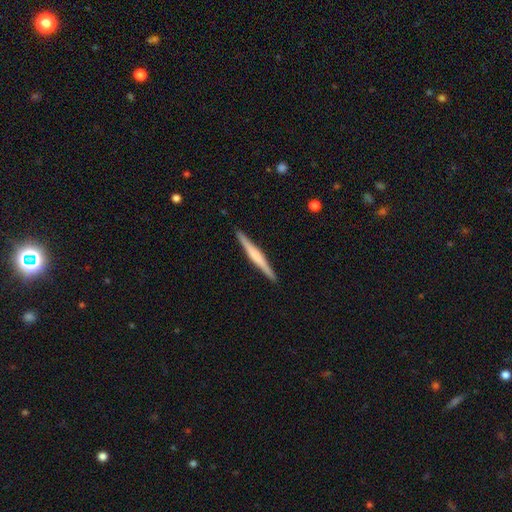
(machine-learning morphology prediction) Smooth or featured?
  - featured or disk: 64% *
  - smooth: 31%
  - star or artifact: 5%
Edge-on disk?
  - yes: 98% *
  - no: 2%
Edge-on bulge?
  - rounded: 47% *
  - boxy: 28%
  - none: 25%
Merging?
  - none: 92% *
  - minor disturbance: 6%
  - major disturbance: 1%
  - merger: 1%